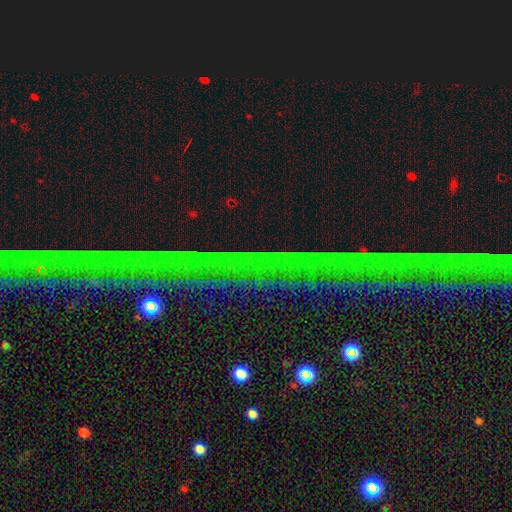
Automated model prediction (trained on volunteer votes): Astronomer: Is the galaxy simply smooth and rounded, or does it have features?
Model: star or artifact — 83%.